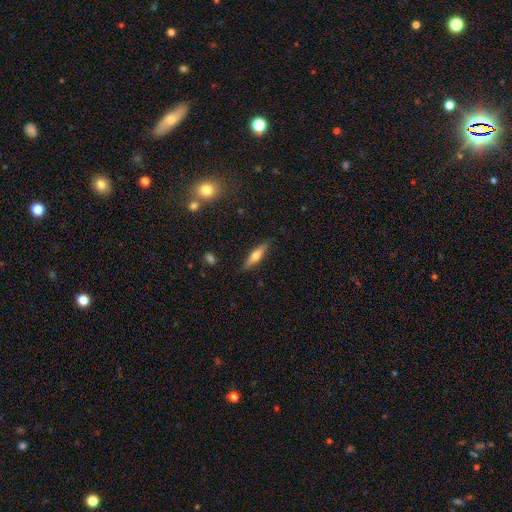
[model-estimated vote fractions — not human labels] Smooth or featured? Predicted: smooth (p=0.59). How rounded? Predicted: cigar-shaped (p=0.69). Merging? Predicted: none (p=0.86).